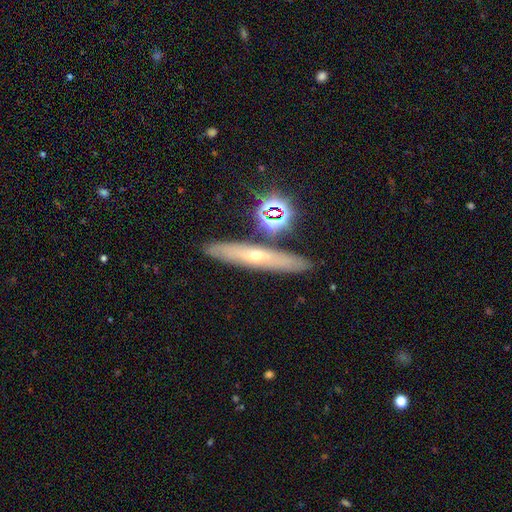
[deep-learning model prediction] Smooth or featured: featured or disk — 53% (smooth — 31%)
Edge-on disk: yes — 78% (no — 22%)
Merging: none — 85% (minor disturbance — 8%)